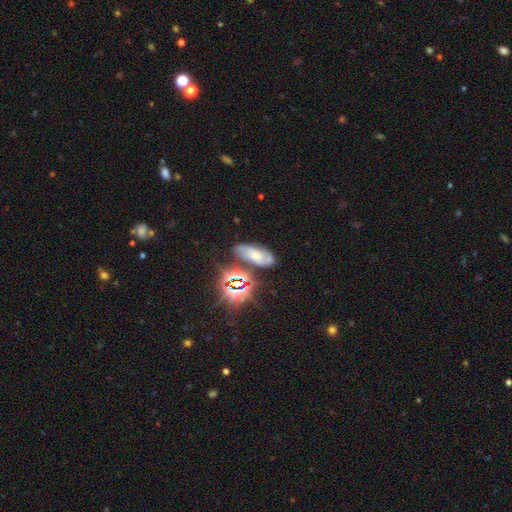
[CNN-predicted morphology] smooth_or_featured: featured or disk (p=0.40) [alt: smooth p=0.34]
merging: none (p=0.63) [alt: minor disturbance p=0.20]